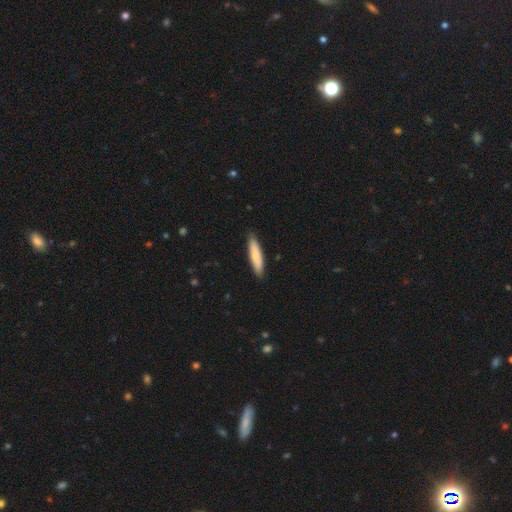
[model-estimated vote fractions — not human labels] Smooth or featured: smooth — 77% (featured or disk — 17%)
How rounded: cigar-shaped — 81% (in between — 18%)
Merging: none — 89% (minor disturbance — 9%)